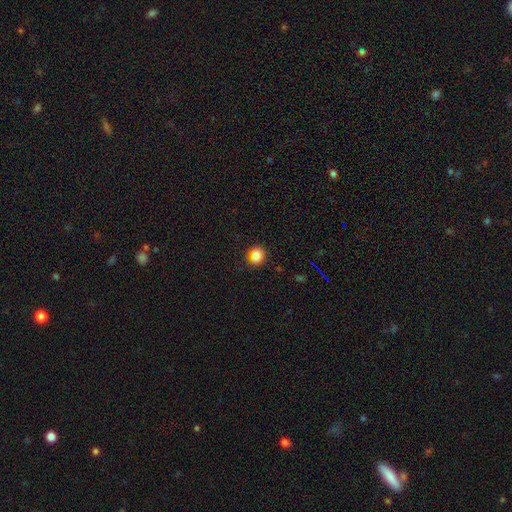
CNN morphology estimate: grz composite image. It shows a smooth galaxy with no disk features (85%) that is round (69%). Merging: none (83%).